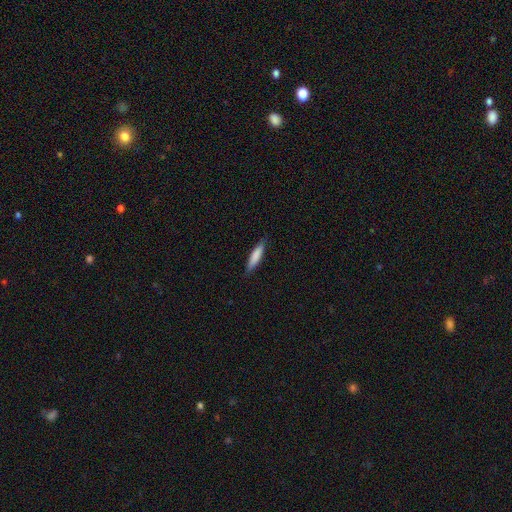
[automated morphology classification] type=smooth (83%); roundness=cigar-shaped (81%); merging=none (87%).